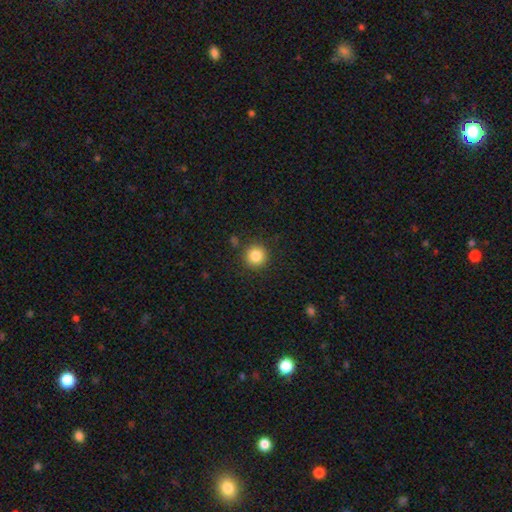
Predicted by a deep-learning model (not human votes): Smooth or featured: smooth — 85% (star or artifact — 10%)
How rounded: round — 94% (in between — 5%)
Merging: none — 89% (minor disturbance — 7%)